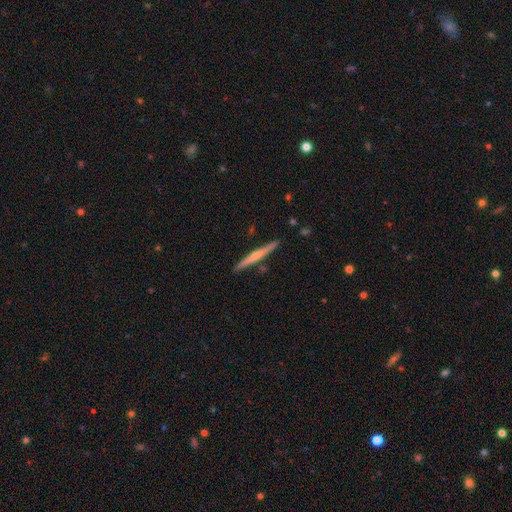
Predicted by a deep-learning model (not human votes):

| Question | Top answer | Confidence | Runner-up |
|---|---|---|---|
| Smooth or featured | featured or disk | 53% | smooth (42%) |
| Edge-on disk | yes | 98% | no (2%) |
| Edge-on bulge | none | 46% | rounded (45%) |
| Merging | none | 89% | minor disturbance (7%) |